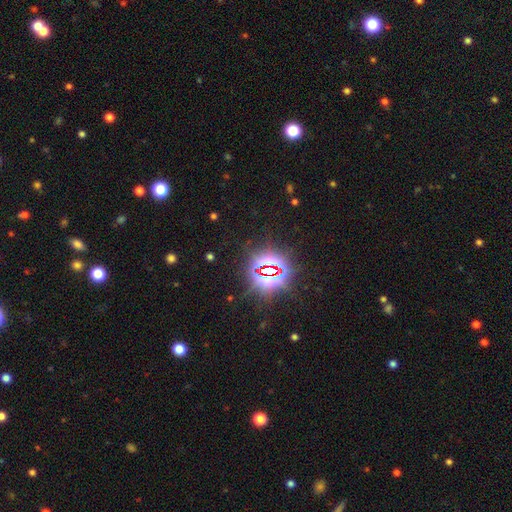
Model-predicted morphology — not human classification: Q: Smooth or featured?
A: star or artifact (81%); runner-up: smooth (11%)